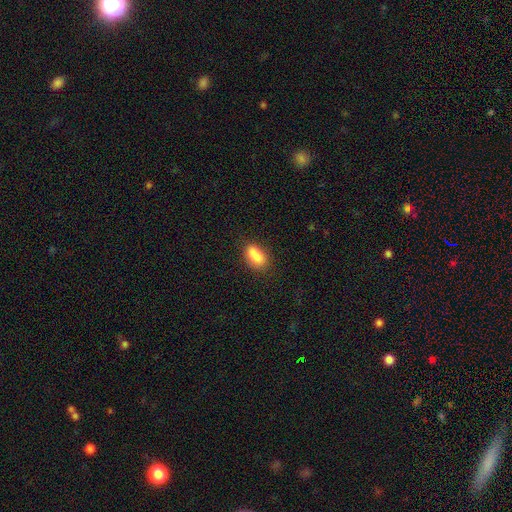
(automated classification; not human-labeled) Q: Smooth or featured?
A: smooth (84%); runner-up: star or artifact (8%)
Q: How rounded?
A: in between (83%); runner-up: cigar-shaped (11%)
Q: Merging?
A: none (66%); runner-up: minor disturbance (21%)